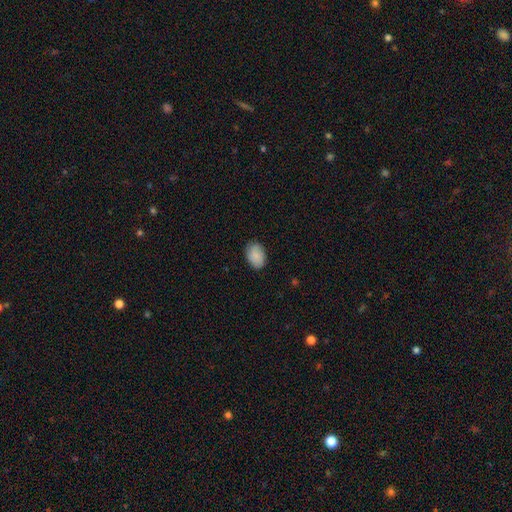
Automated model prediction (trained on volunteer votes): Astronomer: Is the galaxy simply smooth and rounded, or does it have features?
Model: smooth — 90%.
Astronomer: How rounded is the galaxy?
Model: in between — 85%.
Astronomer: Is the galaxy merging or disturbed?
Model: none — 85%.